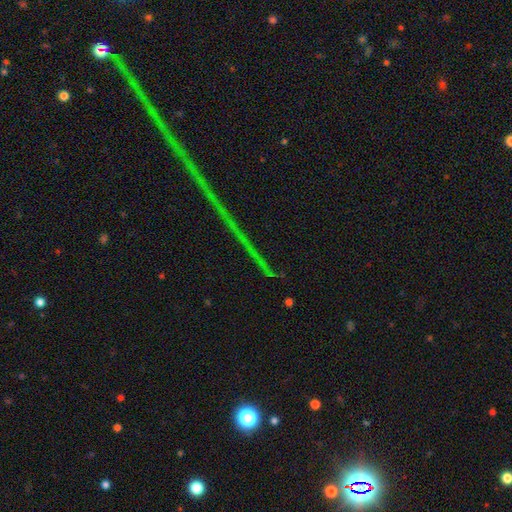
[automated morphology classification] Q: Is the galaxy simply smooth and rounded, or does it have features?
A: star or artifact — 78%.